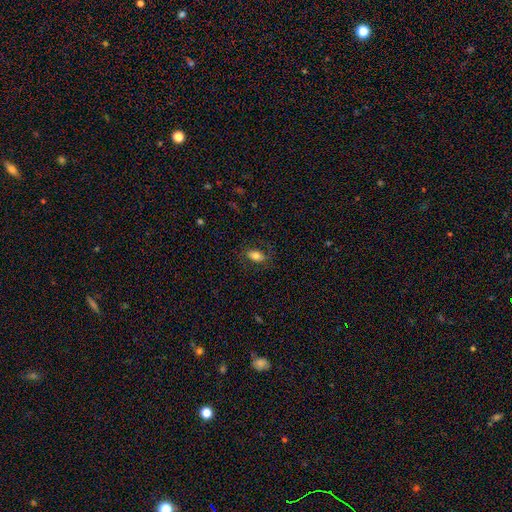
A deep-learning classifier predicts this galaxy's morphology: smooth 73%, featured or disk 19%, star or artifact 9%. Down the decision tree: how rounded — in between (88%); merging — none (77%).